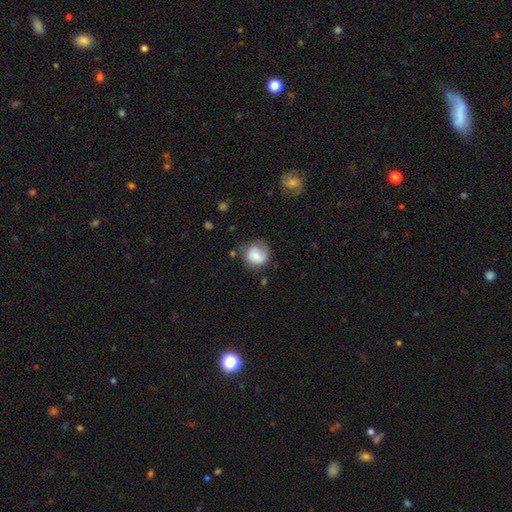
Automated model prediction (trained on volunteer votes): The model was most divided on "smooth or featured": smooth: 60%, featured or disk: 32%, star or artifact: 8%. More confident: how rounded — round (80%); merging — none (56%).